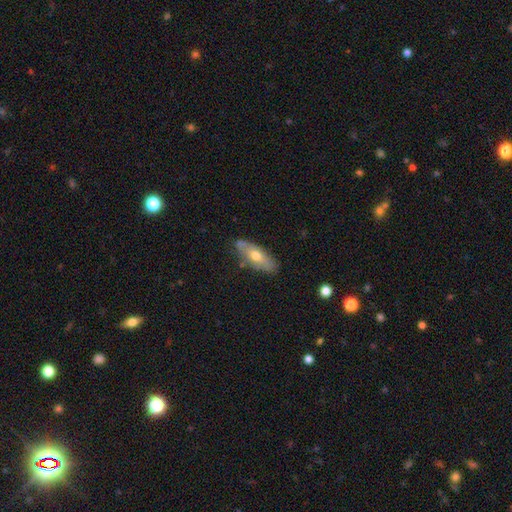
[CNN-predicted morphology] smooth 51%, featured or disk 43%, star or artifact 6%. Down the decision tree: how rounded — in between (66%); merging — none (76%).